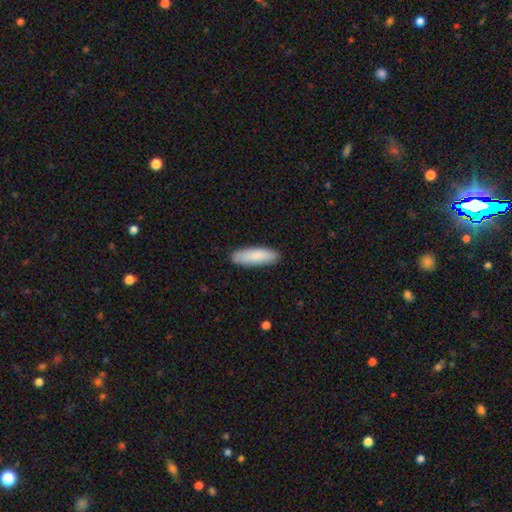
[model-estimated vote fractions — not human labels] This is clearly a smooth galaxy (86%). How rounded: possibly cigar-shaped (52%). Merging: clearly none (87%).